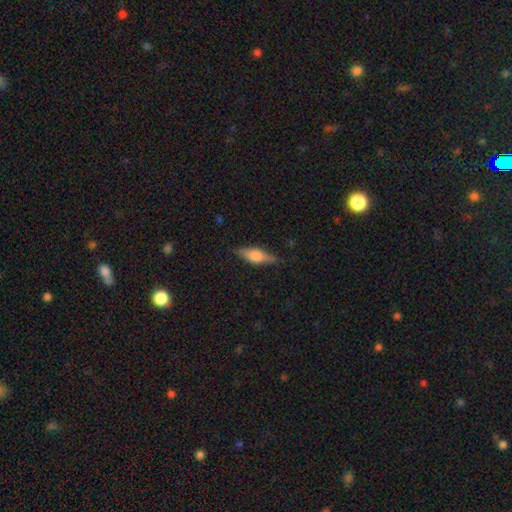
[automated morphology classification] smooth-or-featured: smooth: 54% | featured or disk: 40% | star or artifact: 6%
  how-rounded: in between: 60% | cigar-shaped: 37% | round: 3%
  merging: none: 81% | minor disturbance: 15% | major disturbance: 3% | merger: 1%